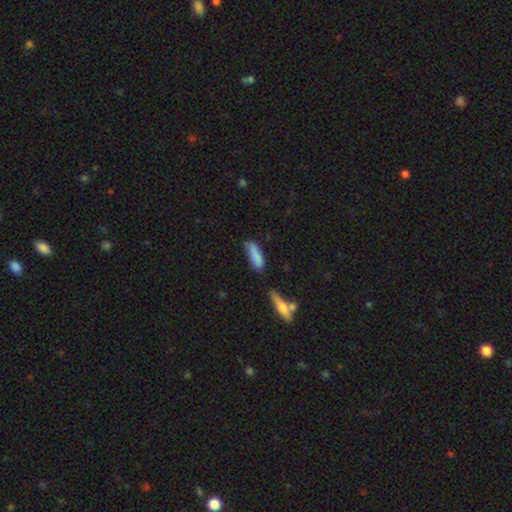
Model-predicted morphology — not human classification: The model was most divided on "how rounded": cigar-shaped: 51%, in between: 47%, round: 2%. More confident: smooth or featured — smooth (83%); merging — none (52%).